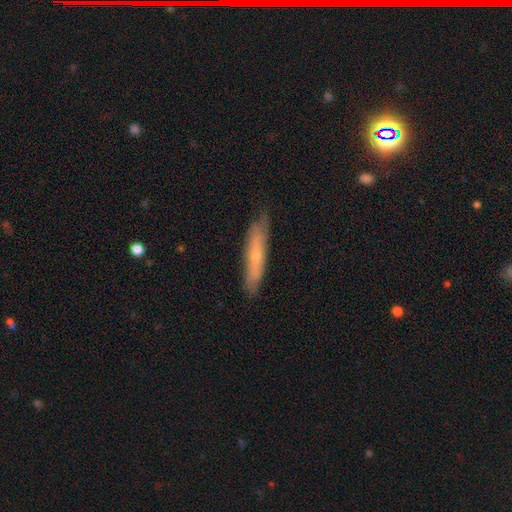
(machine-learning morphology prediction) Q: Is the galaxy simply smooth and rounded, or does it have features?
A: featured or disk — 49%.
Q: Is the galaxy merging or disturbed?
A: none — 79%.